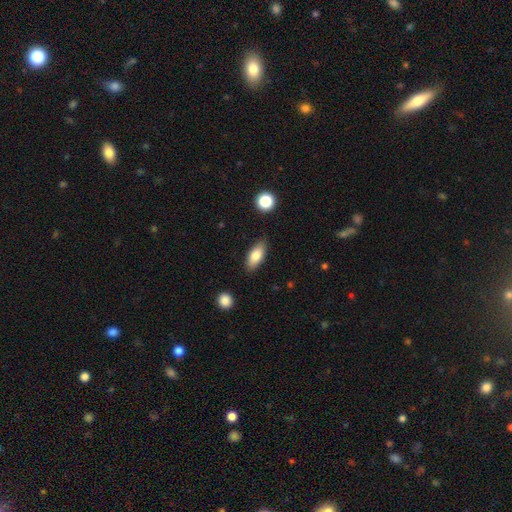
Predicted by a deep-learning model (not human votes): A smooth galaxy with no disk features (79%) that is in between round and cigar-shaped (84%). Merging: none (84%).